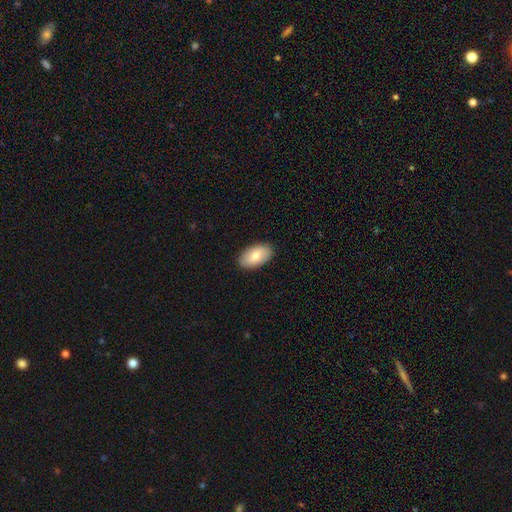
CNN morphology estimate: This appears to be a smooth galaxy with no disk features (80%) that is in between round and cigar-shaped (95%). Merging: none (89%).